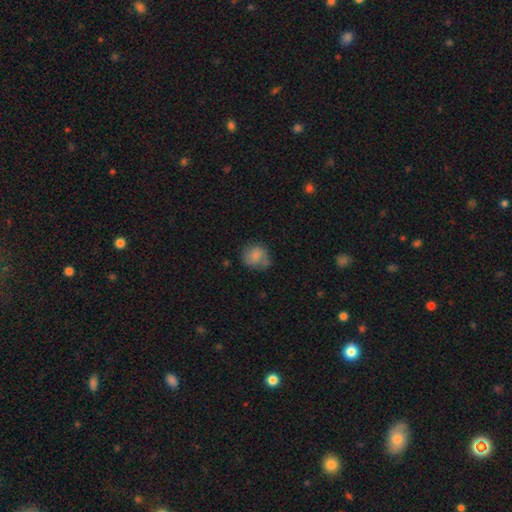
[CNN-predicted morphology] smooth-or-featured: smooth: 76% | featured or disk: 16% | star or artifact: 9%
  how-rounded: round: 75% | in between: 24% | cigar-shaped: 1%
  merging: none: 54% | minor disturbance: 28% | major disturbance: 12% | merger: 6%